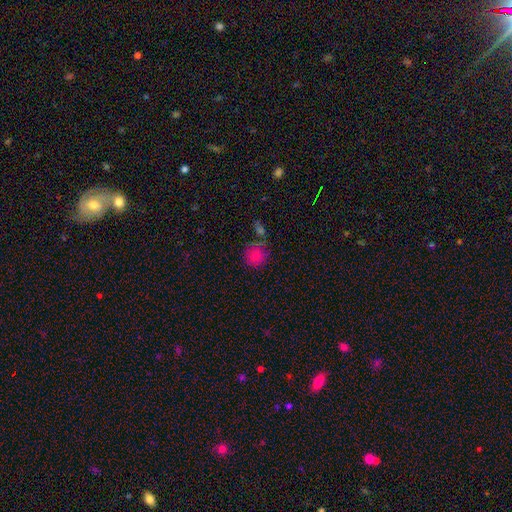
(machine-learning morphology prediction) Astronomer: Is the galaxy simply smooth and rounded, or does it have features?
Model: smooth — 81%.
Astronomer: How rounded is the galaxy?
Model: round — 89%.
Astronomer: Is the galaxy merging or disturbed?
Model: none — 63%.